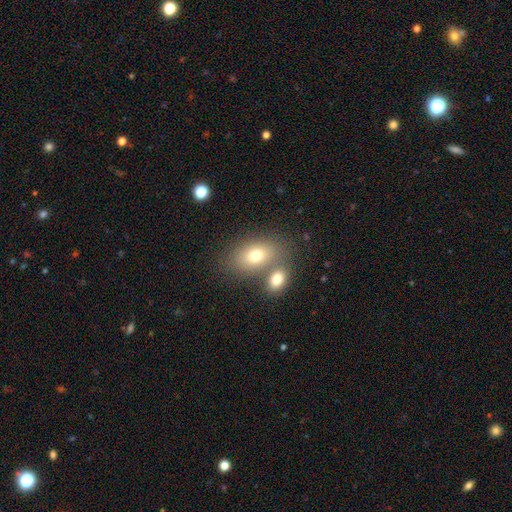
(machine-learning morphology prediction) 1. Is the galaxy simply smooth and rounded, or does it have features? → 73% smooth, 17% featured or disk, 10% star or artifact.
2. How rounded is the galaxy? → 85% in between, 14% round, 2% cigar-shaped.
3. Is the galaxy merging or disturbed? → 47% none, 39% merger, 10% minor disturbance, 4% major disturbance.